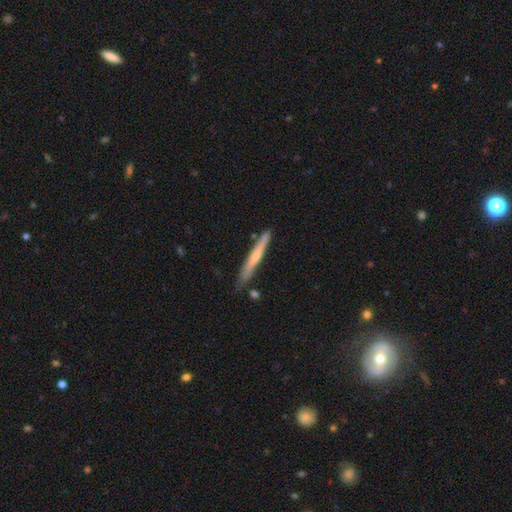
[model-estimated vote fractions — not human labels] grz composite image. It shows a featured or disk galaxy (50%). Merging: none (81%).